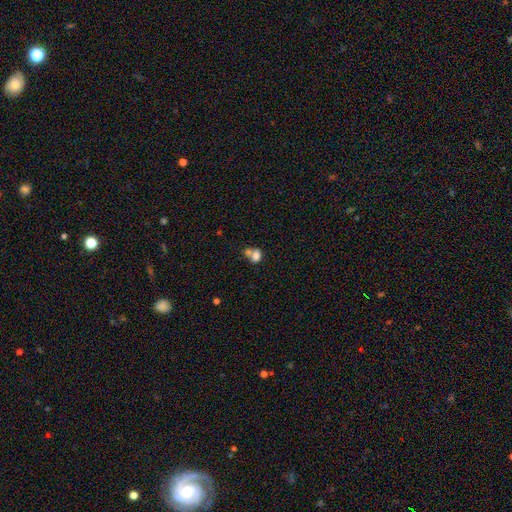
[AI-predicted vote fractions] This appears to be a smooth galaxy with no disk features (75%) that is in between round and cigar-shaped (55%). Merging: merger (59%).